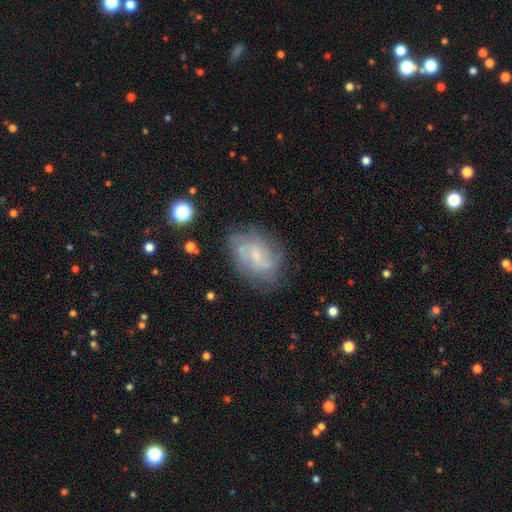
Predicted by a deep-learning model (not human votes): Smooth or featured?
  - featured or disk: 63% *
  - smooth: 27%
  - star or artifact: 10%
Edge-on disk?
  - no: 97% *
  - yes: 3%
Bar?
  - no: 46% *
  - weak: 45%
  - strong: 8%
Spiral arms?
  - yes: 78% *
  - no: 22%
Bulge size?
  - small: 56% *
  - none: 21%
  - moderate: 20%
  - large: 2%
  - dominant: 1%
Merging?
  - none: 68% *
  - minor disturbance: 20%
  - major disturbance: 10%
  - merger: 3%